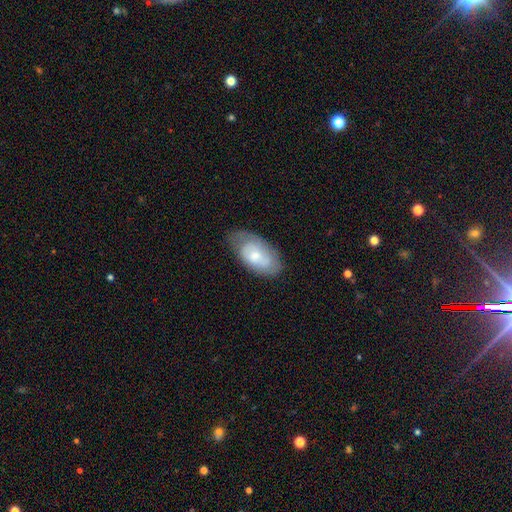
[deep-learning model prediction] Smooth or featured? Predicted: smooth (p=0.51). How rounded? Predicted: in between (p=0.93). Merging? Predicted: none (p=0.62).